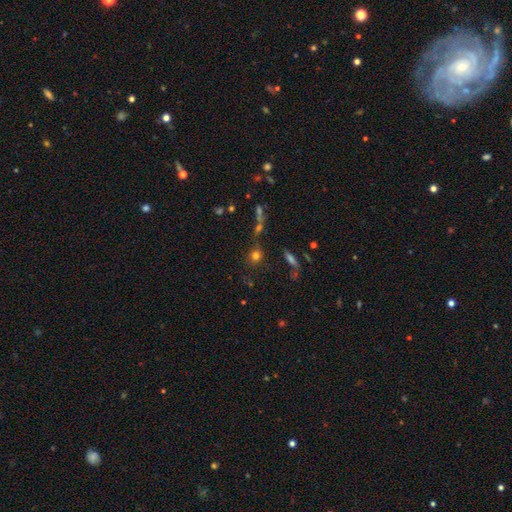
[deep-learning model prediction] smooth 73%, star or artifact 17%, featured or disk 10%. Down the decision tree: how rounded — round (79%); merging — none (72%).